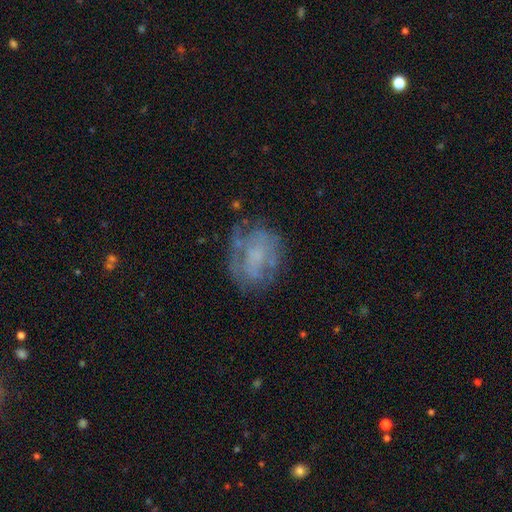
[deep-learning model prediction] smooth_or_featured: featured or disk (p=0.58) [alt: smooth p=0.30]
disk_edge_on: no (p=0.97) [alt: yes p=0.03]
bar: no (p=0.75) [alt: weak p=0.20]
has_spiral_arms: no (p=0.53) [alt: yes p=0.47]
bulge_size: none (p=0.48) [alt: small p=0.25]
merging: none (p=0.60) [alt: minor disturbance p=0.22]